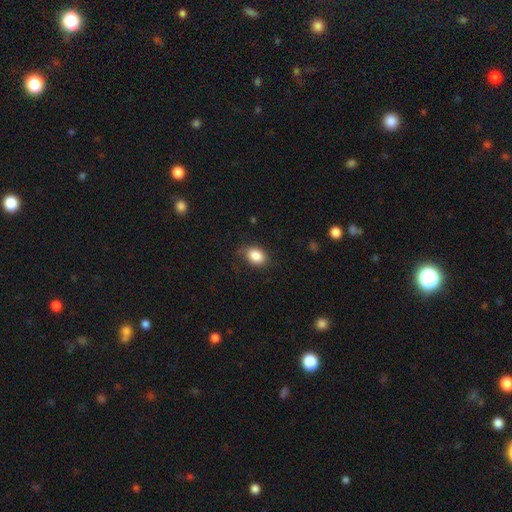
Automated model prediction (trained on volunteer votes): smooth 86%, star or artifact 8%, featured or disk 6%. Down the decision tree: how rounded — in between (78%); merging — none (76%).